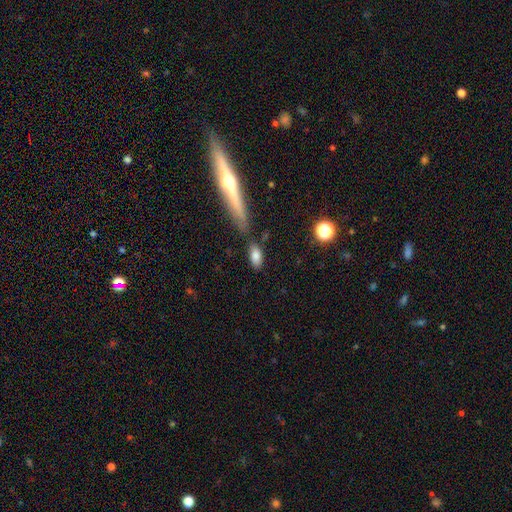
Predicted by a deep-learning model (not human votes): The model was most divided on "merging": none: 71%, minor disturbance: 15%, merger: 9%, major disturbance: 5%. More confident: how rounded — in between (84%); smooth or featured — smooth (81%).